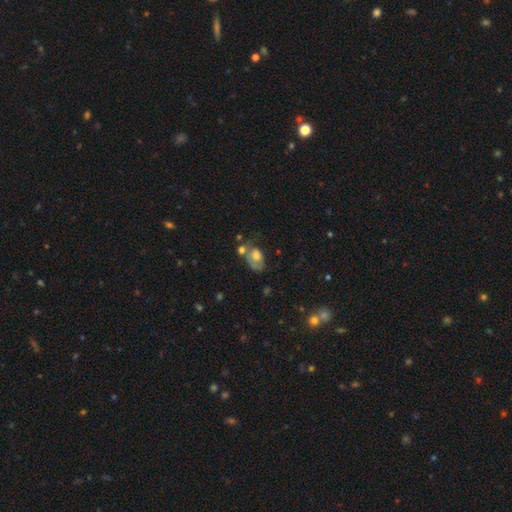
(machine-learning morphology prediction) Smooth or featured? smooth (57%)
How rounded? in between (77%)
Merging? none (30%)